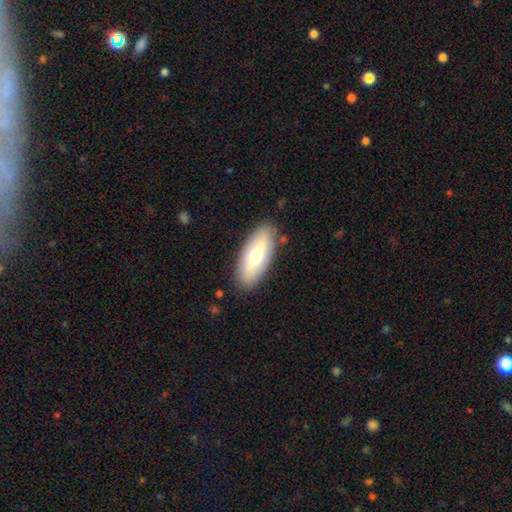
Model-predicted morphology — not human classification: A smooth galaxy with no disk features (63%) that is in between round and cigar-shaped (79%).

Vote fractions:
- Smooth or featured? smooth: 63% / featured or disk: 31% / star or artifact: 6%
- How rounded? in between: 79% / cigar-shaped: 19% / round: 2%
- Merging? none: 86% / minor disturbance: 10% / major disturbance: 3% / merger: 2%